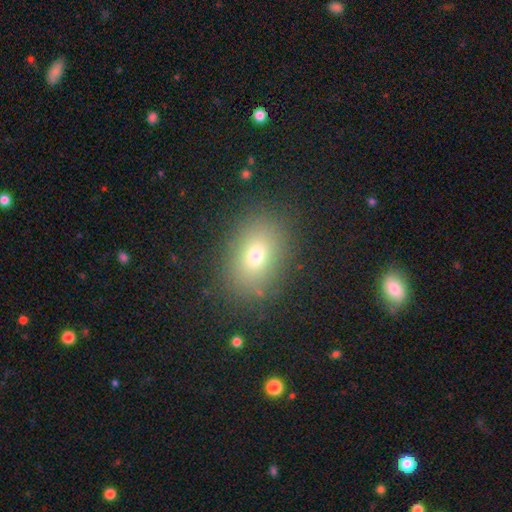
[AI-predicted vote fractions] This appears to be a smooth galaxy with no disk features (72%) that is in between round and cigar-shaped (71%). Merging: none (86%).